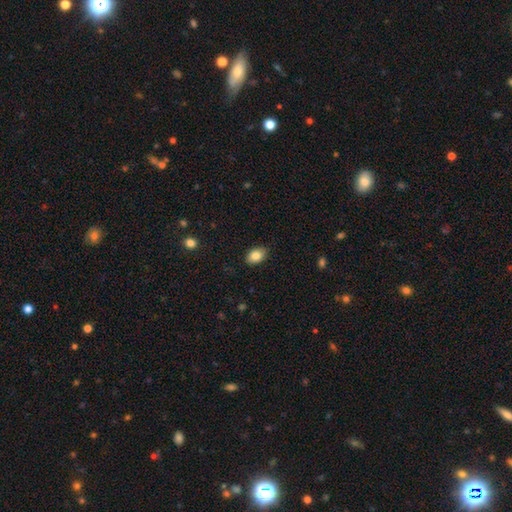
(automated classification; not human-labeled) The model was most divided on "how rounded": in between: 86%, round: 13%, cigar-shaped: 1%. More confident: merging — none (86%); smooth or featured — smooth (84%).